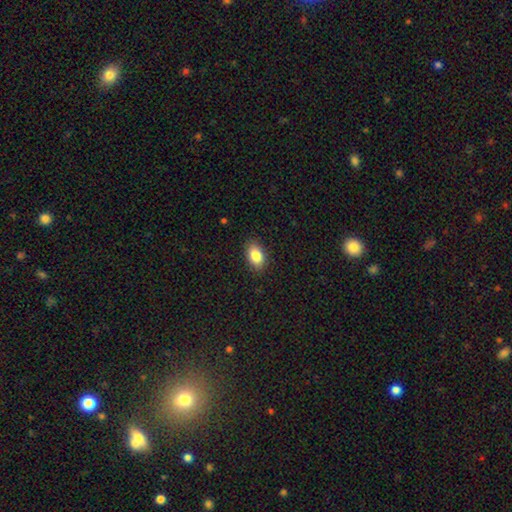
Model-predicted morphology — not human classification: type=smooth (85%); roundness=in between (88%); merging=none (88%).